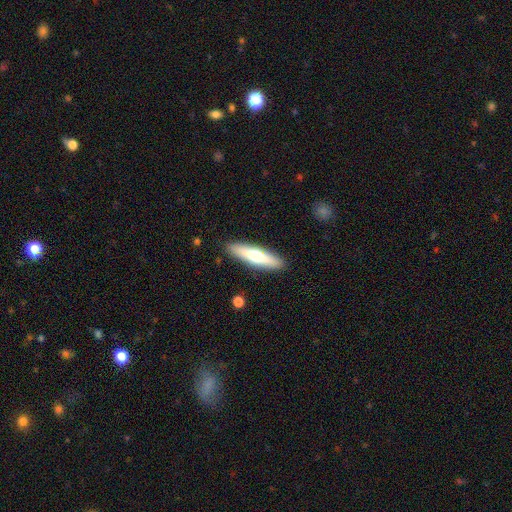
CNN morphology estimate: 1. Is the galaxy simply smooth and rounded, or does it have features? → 58% smooth, 36% featured or disk, 6% star or artifact.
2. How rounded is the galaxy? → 71% cigar-shaped, 27% in between, 2% round.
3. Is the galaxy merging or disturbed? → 89% none, 8% minor disturbance, 2% major disturbance, 1% merger.